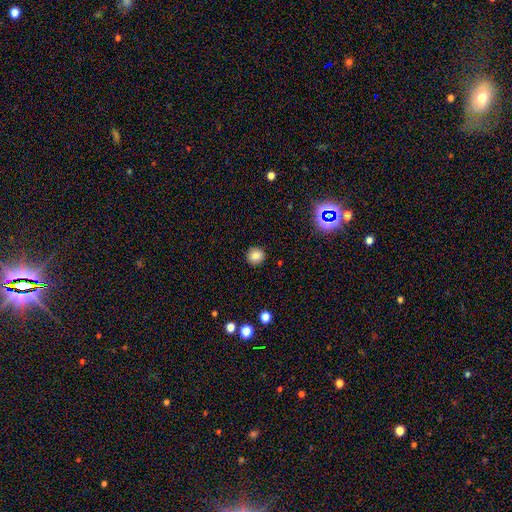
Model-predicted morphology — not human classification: Q: Smooth or featured?
A: smooth (82%); runner-up: star or artifact (12%)
Q: How rounded?
A: round (87%); runner-up: in between (12%)
Q: Merging?
A: none (90%); runner-up: minor disturbance (7%)